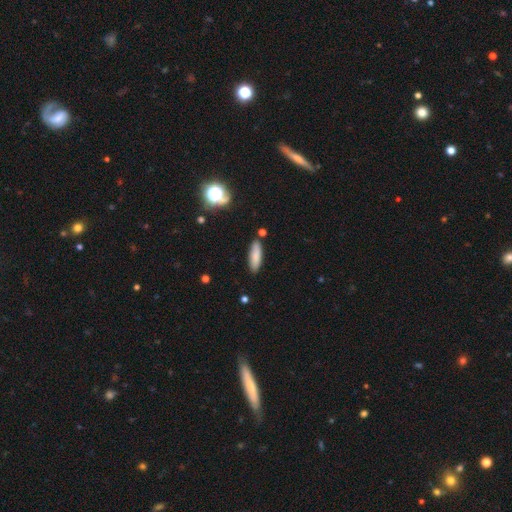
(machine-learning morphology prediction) Smooth or featured? smooth (82%)
How rounded? cigar-shaped (54%)
Merging? none (85%)